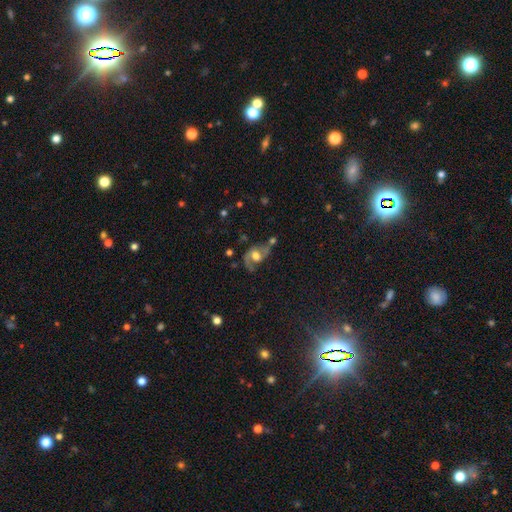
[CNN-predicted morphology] smooth-or-featured: featured or disk: 72% | smooth: 19% | star or artifact: 8%
  disk-edge-on: no: 96% | yes: 4%
    bar: no: 58% | weak: 33% | strong: 9%
    has-spiral-arms: yes: 87% | no: 13%
      spiral-winding: medium: 45% | loose: 41% | tight: 14%
      spiral-arm-count: 2: 78% | 1: 15% | can't tell: 4% | 3: 1% | 4: 1% | more than 4: 1%
    bulge-size: moderate: 51% | large: 36% | small: 7% | dominant: 3% | none: 2%
  merging: none: 47% | minor disturbance: 21% | major disturbance: 19% | merger: 13%